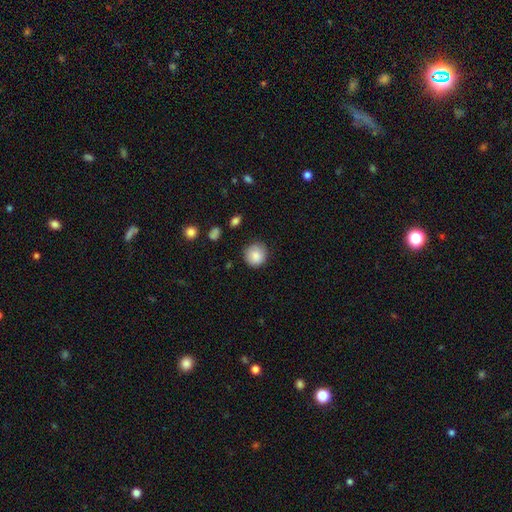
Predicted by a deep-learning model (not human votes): Q: Smooth or featured?
A: smooth (86%); runner-up: star or artifact (8%)
Q: How rounded?
A: round (91%); runner-up: in between (8%)
Q: Merging?
A: none (82%); runner-up: minor disturbance (14%)